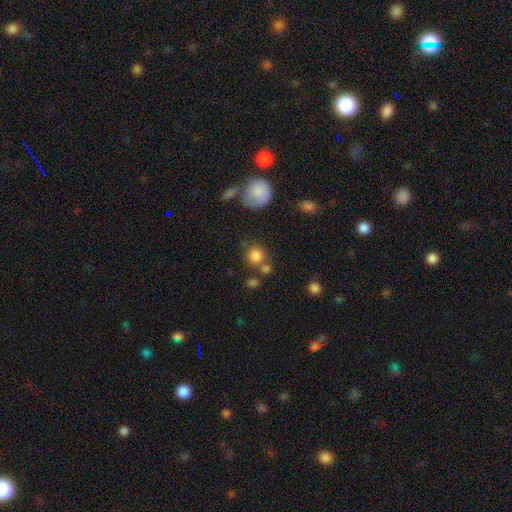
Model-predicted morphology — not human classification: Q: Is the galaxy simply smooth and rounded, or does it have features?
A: smooth — 83%.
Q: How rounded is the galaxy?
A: round — 87%.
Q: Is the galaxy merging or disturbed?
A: none — 62%.